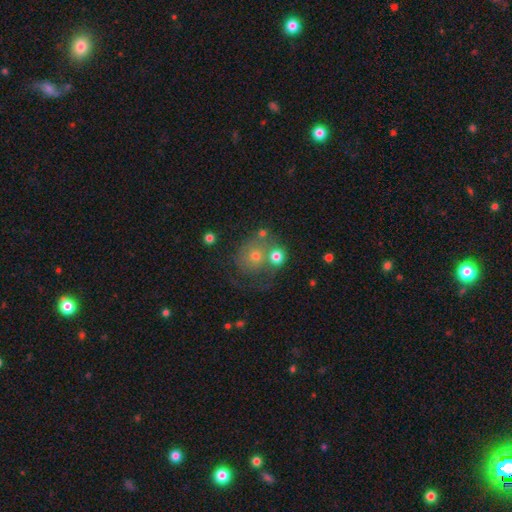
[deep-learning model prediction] Smooth or featured: smooth — 42% (featured or disk — 36%)
Merging: none — 52% (merger — 22%)